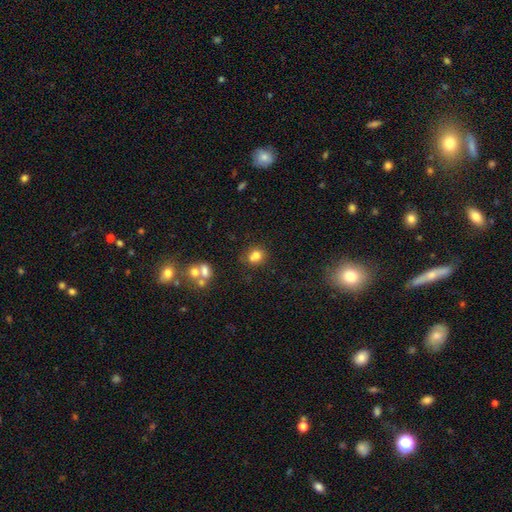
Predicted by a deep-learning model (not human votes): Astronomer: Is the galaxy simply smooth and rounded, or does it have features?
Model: smooth — 76%.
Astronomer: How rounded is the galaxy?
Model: round — 60% (runner-up: in between, 38%).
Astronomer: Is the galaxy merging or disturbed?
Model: none — 55%.